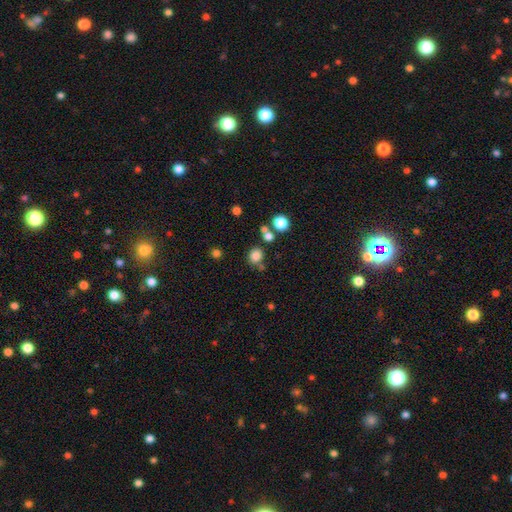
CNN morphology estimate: Smooth or featured?
  - smooth: 80% *
  - star or artifact: 15%
  - featured or disk: 5%
How rounded?
  - round: 80% *
  - in between: 19%
  - cigar-shaped: 1%
Merging?
  - none: 71% *
  - merger: 14%
  - minor disturbance: 11%
  - major disturbance: 4%